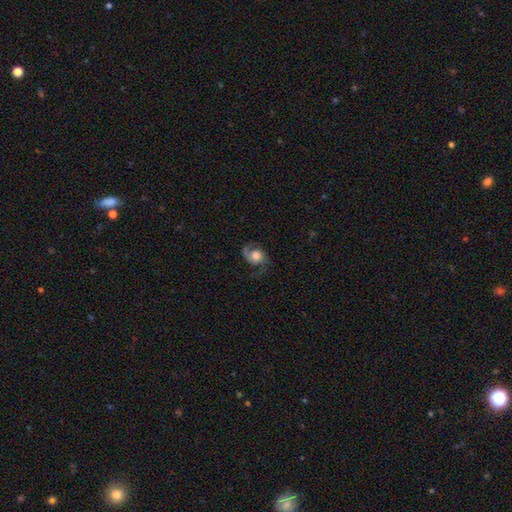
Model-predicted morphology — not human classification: Smooth or featured? featured or disk (68%)
Edge-on disk? no (97%)
Bar? no (75%)
Spiral arms? yes (94%)
Spiral winding? medium (45%)
Spiral arm count? 2 (73%)
Bulge size? large (46%)
Merging? none (61%)